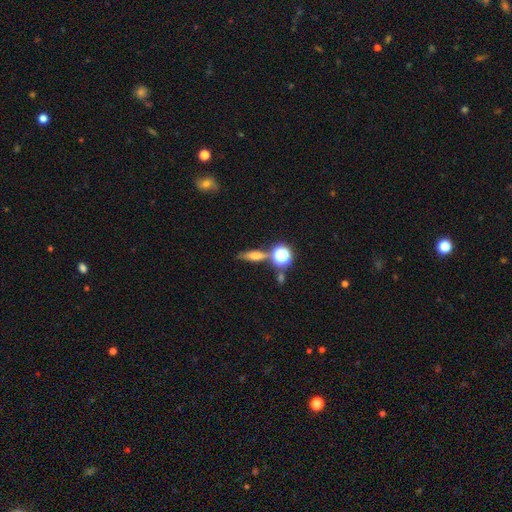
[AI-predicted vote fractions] smooth 56%, featured or disk 25%, star or artifact 19%. Down the decision tree: how rounded — cigar-shaped (46%); merging — none (66%).